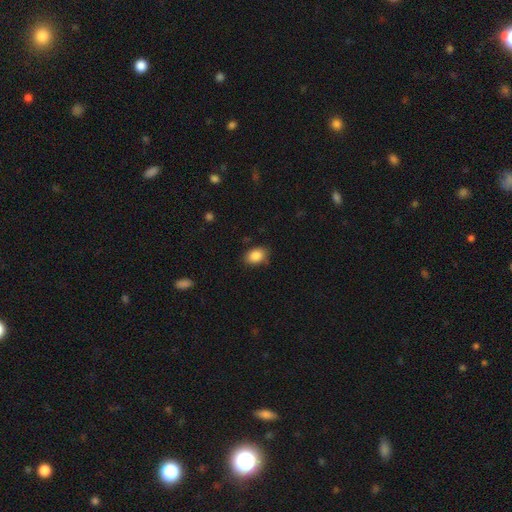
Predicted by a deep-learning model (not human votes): Morphology: type=smooth (87%); roundness=in between (82%); merging=none (82%).